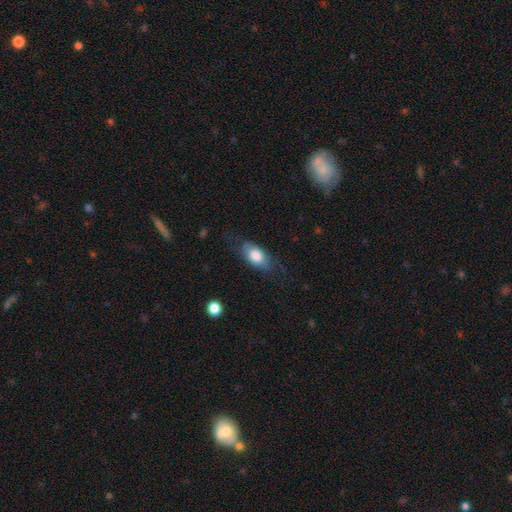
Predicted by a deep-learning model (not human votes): Q: Smooth or featured?
A: smooth (74%); runner-up: featured or disk (19%)
Q: How rounded?
A: in between (88%); runner-up: round (6%)
Q: Merging?
A: none (66%); runner-up: minor disturbance (23%)